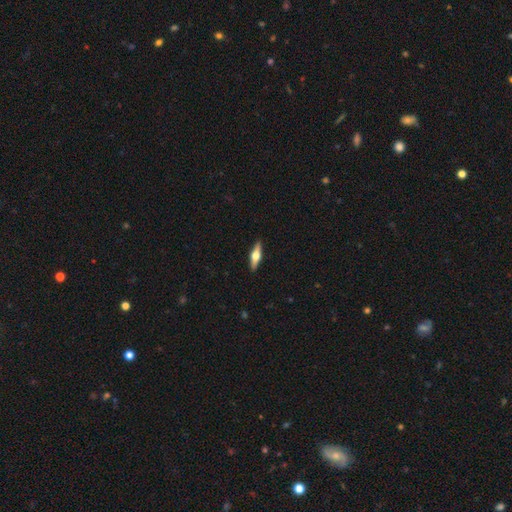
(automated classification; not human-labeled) Smooth or featured: featured or disk — 62% (smooth — 33%)
Edge-on disk: yes — 96% (no — 4%)
Edge-on bulge: rounded — 95% (boxy — 3%)
Merging: none — 91% (minor disturbance — 7%)